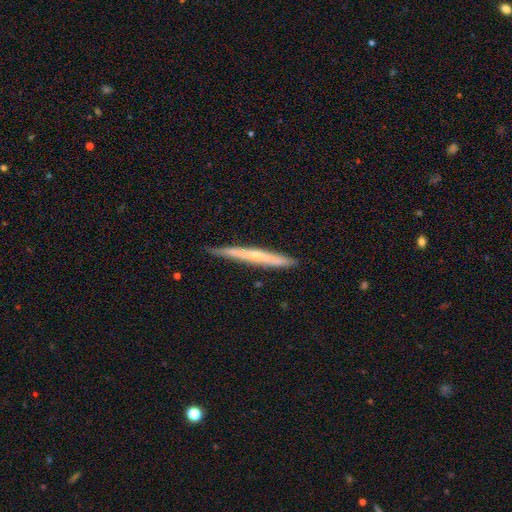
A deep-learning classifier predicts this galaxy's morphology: Overall: featured or disk (61%; smooth 33%). Edge-on disk: yes (95%). Edge-on bulge: rounded (49%; none 47%). Merging: none (83%).